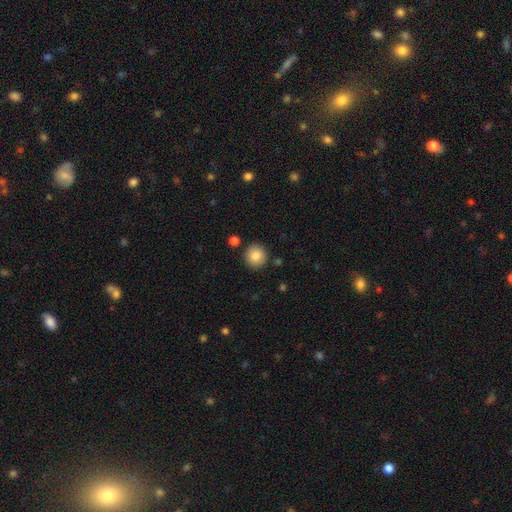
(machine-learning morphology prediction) smooth 86%, star or artifact 8%, featured or disk 6%. Down the decision tree: how rounded — round (92%); merging — none (89%).